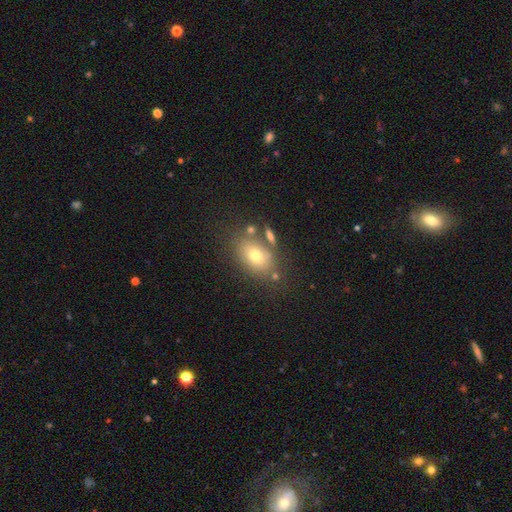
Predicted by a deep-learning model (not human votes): A smooth galaxy with no disk features (71%) that is in between round and cigar-shaped (78%).

Vote fractions:
- Smooth or featured? smooth: 71% / featured or disk: 17% / star or artifact: 12%
- How rounded? in between: 78% / round: 20% / cigar-shaped: 2%
- Merging? none: 68% / minor disturbance: 15% / merger: 11% / major disturbance: 6%